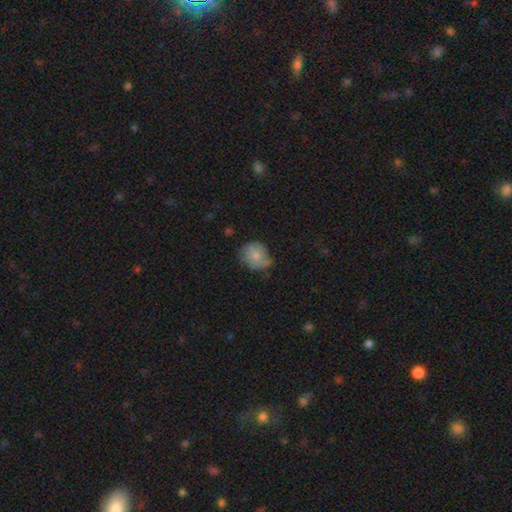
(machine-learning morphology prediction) This appears to be a smooth galaxy with no disk features (73%) that is round (74%). Merging: none (52%).